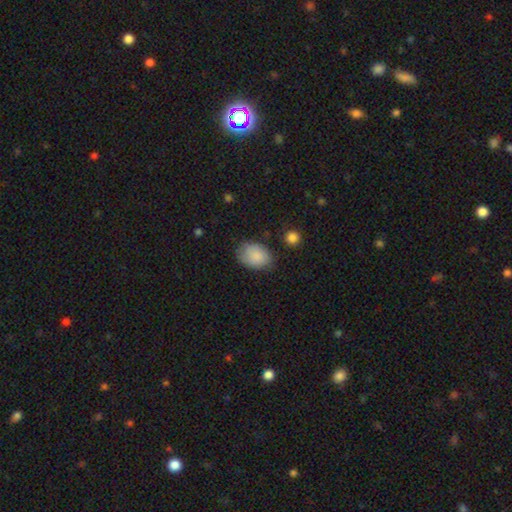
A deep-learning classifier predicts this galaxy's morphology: Smooth or featured? Predicted: smooth (p=0.86). How rounded? Predicted: in between (p=0.77). Merging? Predicted: none (p=0.73).